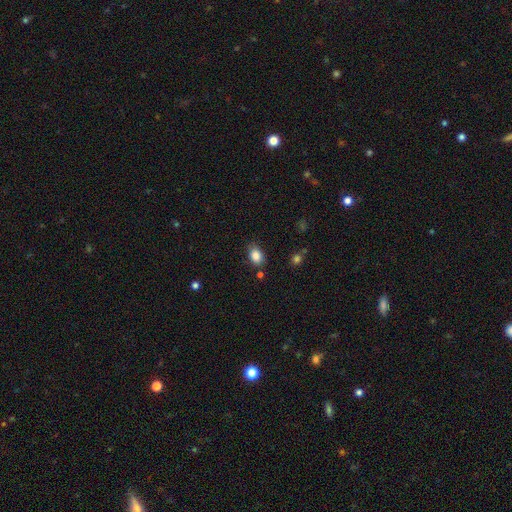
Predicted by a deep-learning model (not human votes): smooth 85%, star or artifact 9%, featured or disk 6%. Down the decision tree: how rounded — in between (76%); merging — none (77%).